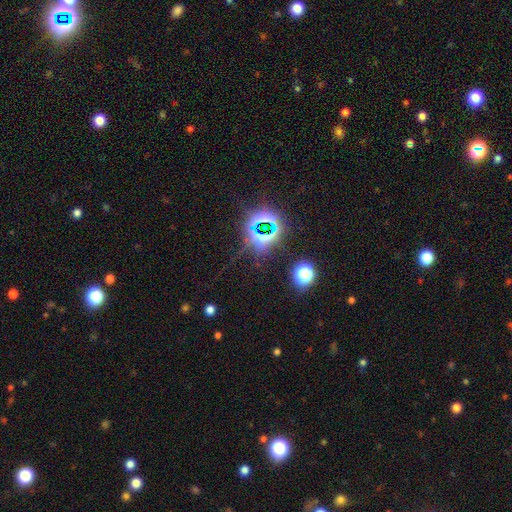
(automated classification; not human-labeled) This appears to be a star or artifact, not a galaxy (80%).